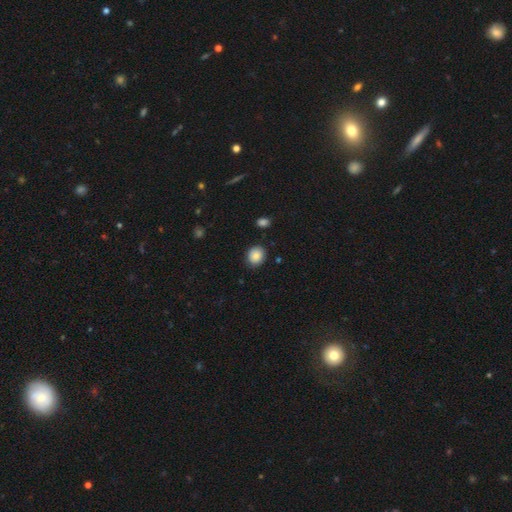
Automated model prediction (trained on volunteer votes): Overall: smooth (83%). How rounded: round (76%). Merging: none (86%).